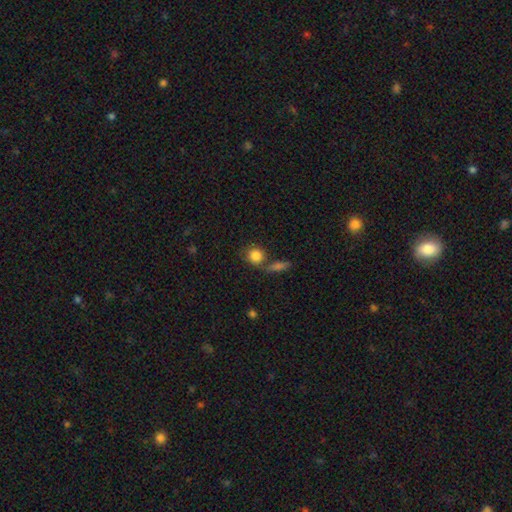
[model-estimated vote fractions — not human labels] Smooth or featured? smooth (84%)
How rounded? round (83%)
Merging? none (55%)